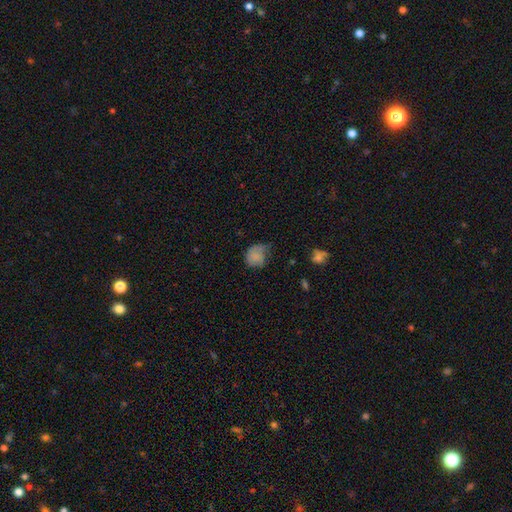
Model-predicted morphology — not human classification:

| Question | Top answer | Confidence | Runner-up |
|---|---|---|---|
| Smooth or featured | smooth | 76% | featured or disk (14%) |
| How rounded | round | 67% | in between (32%) |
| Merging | minor disturbance | 40% | none (36%) |